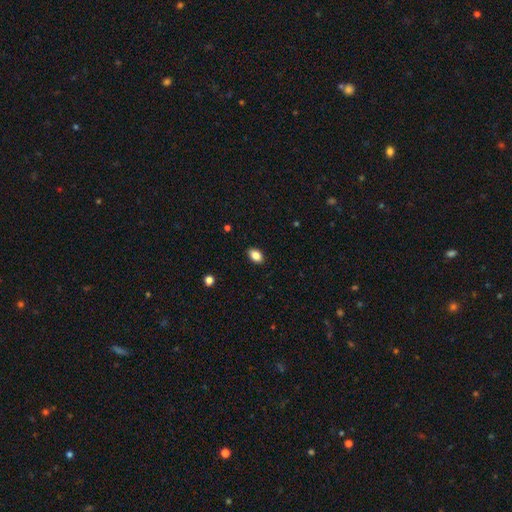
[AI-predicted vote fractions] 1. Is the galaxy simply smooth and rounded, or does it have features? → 84% smooth, 9% star or artifact, 7% featured or disk.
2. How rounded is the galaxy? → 85% in between, 13% round, 2% cigar-shaped.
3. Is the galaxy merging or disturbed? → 89% none, 8% minor disturbance, 2% major disturbance, 1% merger.